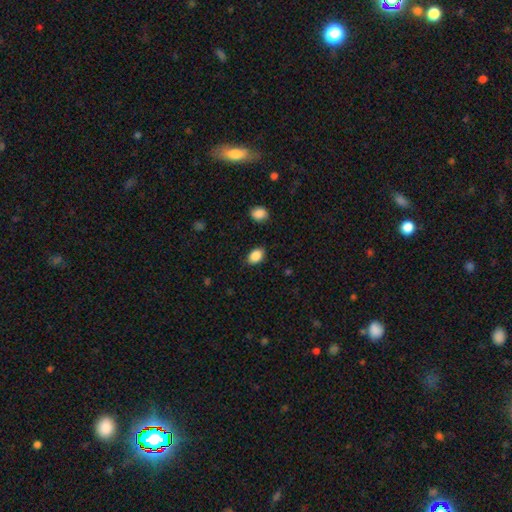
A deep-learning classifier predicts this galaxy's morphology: Smooth or featured: smooth — 88% (star or artifact — 8%)
How rounded: in between — 79% (round — 20%)
Merging: none — 84% (minor disturbance — 12%)